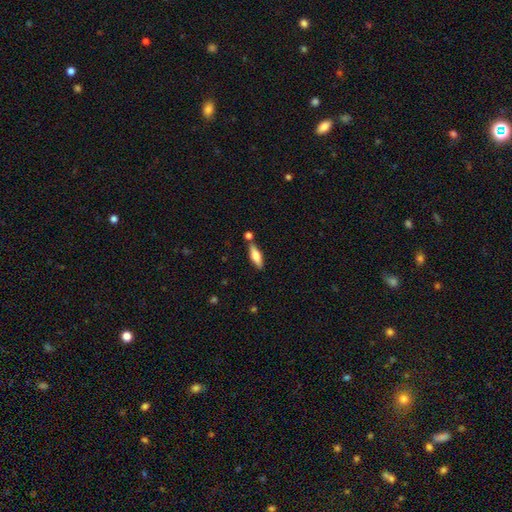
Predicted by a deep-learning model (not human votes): Q: Smooth or featured?
A: smooth (63%); runner-up: featured or disk (31%)
Q: How rounded?
A: in between (50%); runner-up: cigar-shaped (48%)
Q: Merging?
A: none (75%); runner-up: minor disturbance (12%)